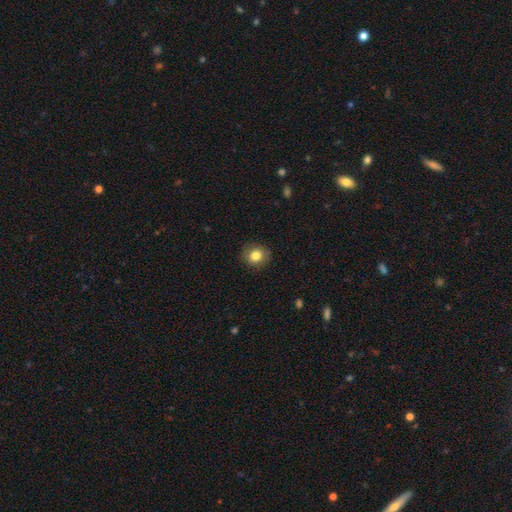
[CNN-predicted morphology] A smooth galaxy with no disk features (82%) that is round (79%). Merging: none (89%).